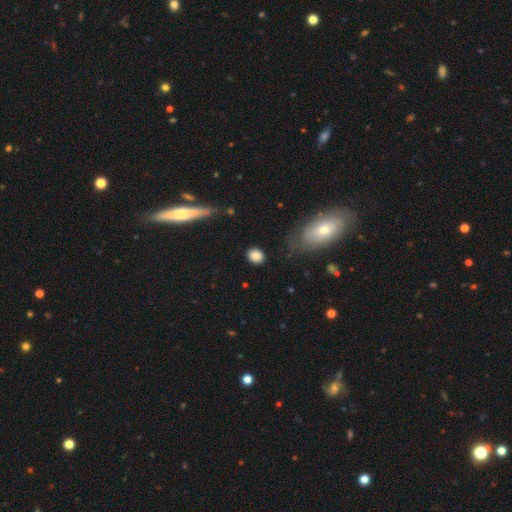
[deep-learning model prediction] Morphology: type=smooth (85%); roundness=round (51%); merging=none (83%).